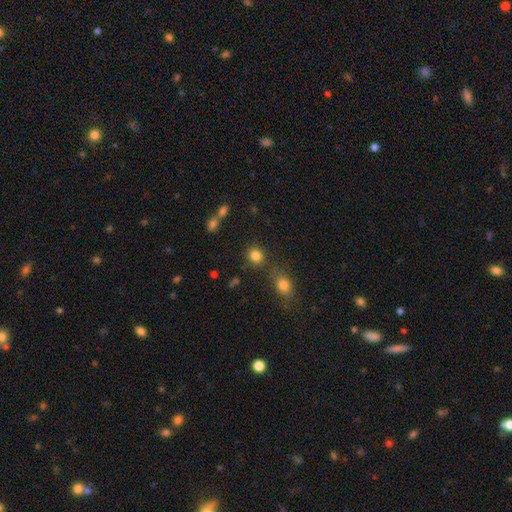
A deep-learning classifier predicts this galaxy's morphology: Smooth or featured?
  - smooth: 82% *
  - star or artifact: 12%
  - featured or disk: 6%
How rounded?
  - round: 82% *
  - in between: 17%
  - cigar-shaped: 1%
Merging?
  - none: 74% *
  - merger: 12%
  - minor disturbance: 10%
  - major disturbance: 4%